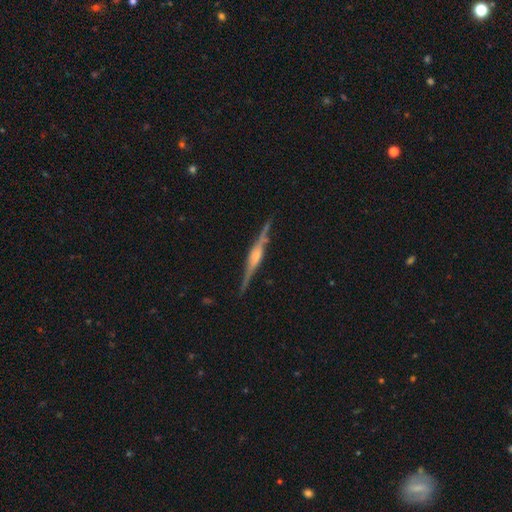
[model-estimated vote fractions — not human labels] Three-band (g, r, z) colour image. It shows a featured or disk galaxy (82%) viewed edge-on (98%) with a rounded central bulge (52%). Merging: none (85%).